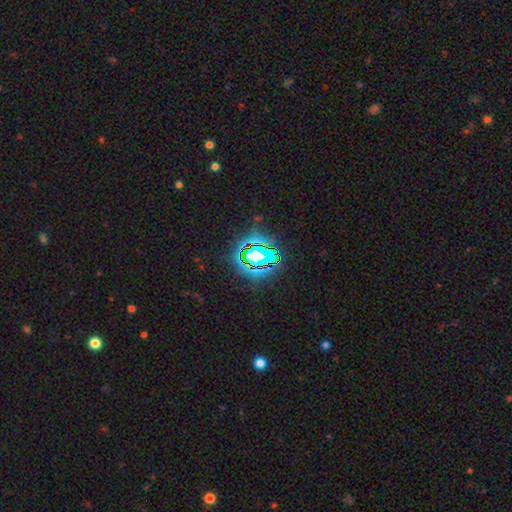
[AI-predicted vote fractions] Morphology: type=star or artifact (73%).